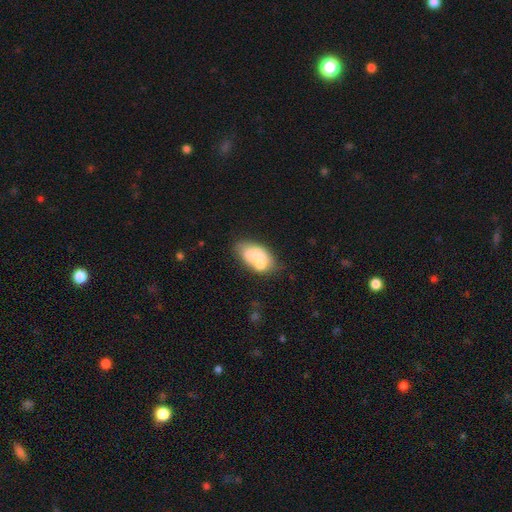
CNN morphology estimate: type=smooth (67%); roundness=in between (91%); merging=none (39%).